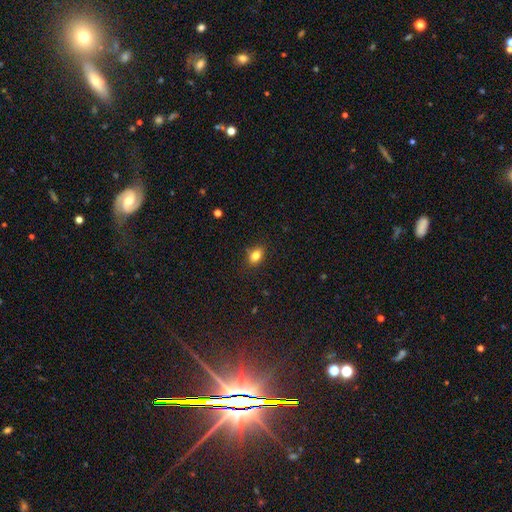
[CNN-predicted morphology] Smooth or featured: smooth — 81% (star or artifact — 11%)
How rounded: in between — 69% (round — 29%)
Merging: none — 80% (minor disturbance — 15%)